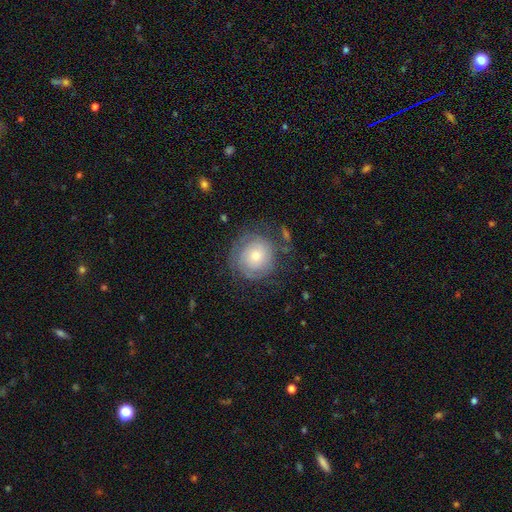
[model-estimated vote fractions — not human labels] Q: Smooth or featured?
A: featured or disk (54%); runner-up: smooth (37%)
Q: Edge-on disk?
A: no (97%); runner-up: yes (3%)
Q: Bar?
A: no (83%); runner-up: weak (14%)
Q: Spiral arms?
A: yes (77%); runner-up: no (23%)
Q: Bulge size?
A: small (47%); runner-up: moderate (45%)
Q: Merging?
A: none (72%); runner-up: minor disturbance (16%)